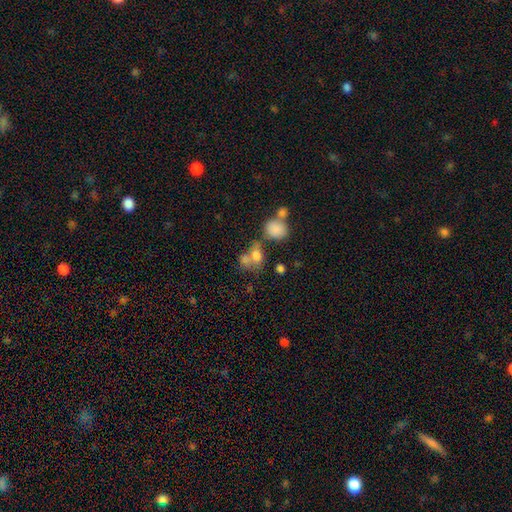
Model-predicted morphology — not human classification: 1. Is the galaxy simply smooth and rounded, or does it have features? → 70% smooth, 16% featured or disk, 14% star or artifact.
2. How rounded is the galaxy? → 58% in between, 39% round, 3% cigar-shaped.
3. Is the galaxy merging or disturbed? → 44% merger, 35% none, 12% minor disturbance, 9% major disturbance.